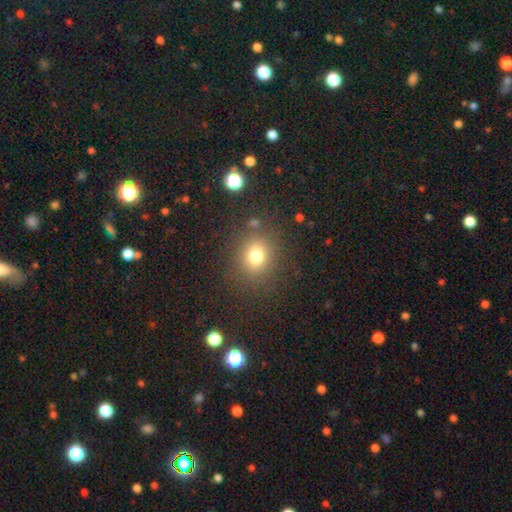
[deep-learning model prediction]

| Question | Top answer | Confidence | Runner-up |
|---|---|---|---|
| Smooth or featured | smooth | 74% | star or artifact (17%) |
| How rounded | round | 75% | in between (24%) |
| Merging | none | 83% | minor disturbance (9%) |